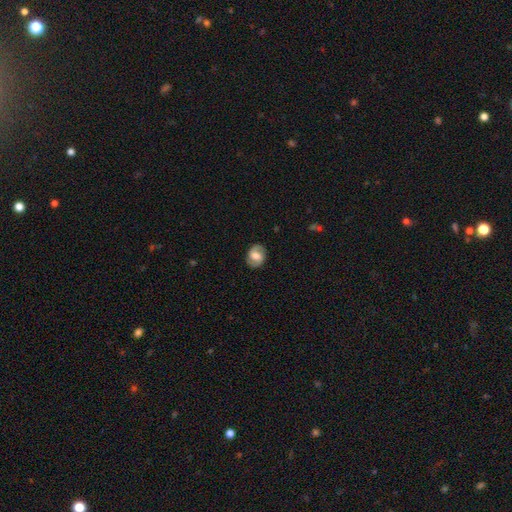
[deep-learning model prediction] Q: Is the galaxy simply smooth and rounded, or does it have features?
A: featured or disk — 50%.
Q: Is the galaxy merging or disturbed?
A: none — 84%.